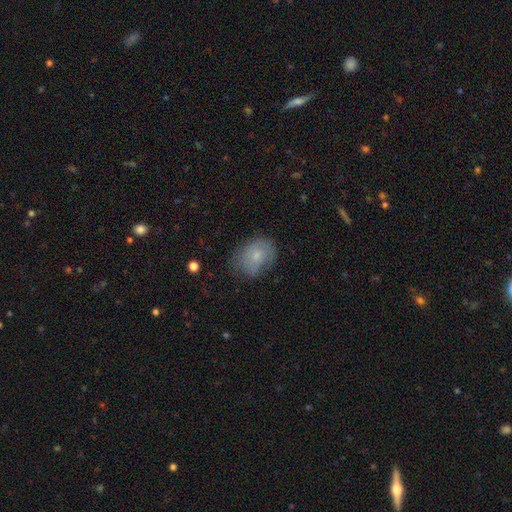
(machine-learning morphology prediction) A smooth galaxy with no disk features (71%) that is in between round and cigar-shaped (68%).

Vote fractions:
- Smooth or featured? smooth: 71% / featured or disk: 20% / star or artifact: 9%
- How rounded? in between: 68% / round: 31% / cigar-shaped: 1%
- Merging? none: 58% / minor disturbance: 30% / major disturbance: 10% / merger: 2%